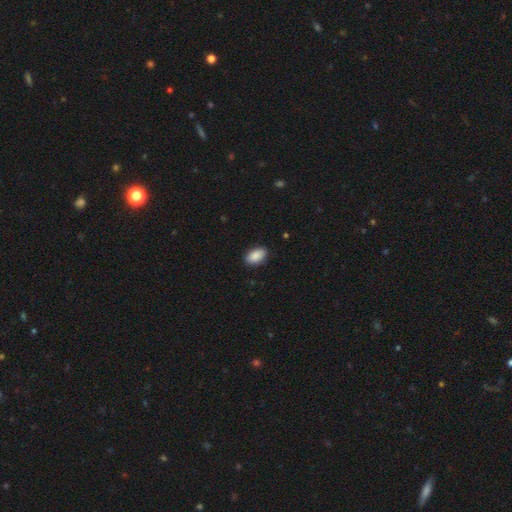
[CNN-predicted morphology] smooth-or-featured: smooth: 90% | star or artifact: 7% | featured or disk: 4%
  how-rounded: in between: 93% | round: 5% | cigar-shaped: 2%
  merging: none: 88% | minor disturbance: 9% | major disturbance: 2% | merger: 1%